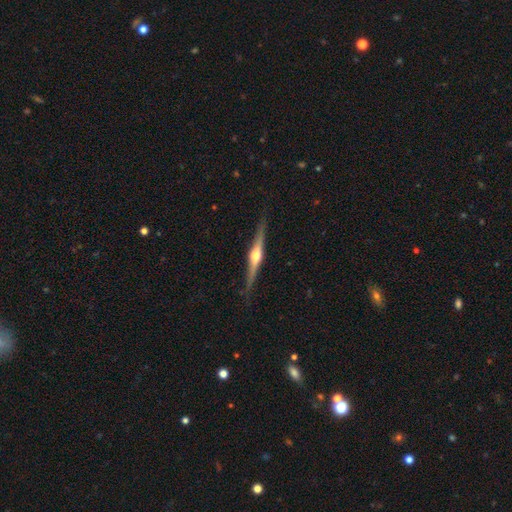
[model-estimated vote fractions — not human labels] Overall: featured or disk (79%). Edge-on disk: yes (98%). Edge-on bulge: rounded (93%). Merging: none (88%).